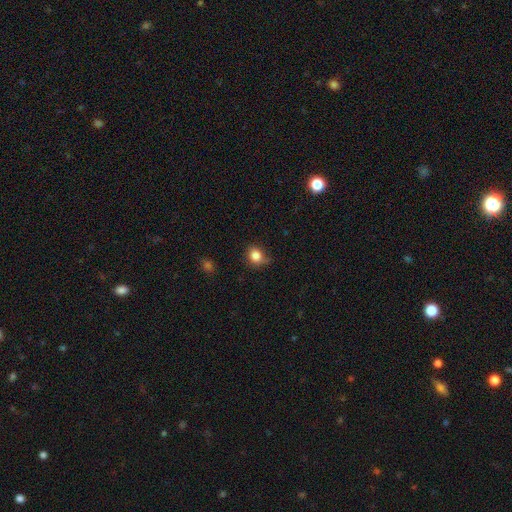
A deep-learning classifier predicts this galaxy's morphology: Overall: smooth (84%). How rounded: round (68%; in between 31%). Merging: none (64%; minor disturbance 27%).